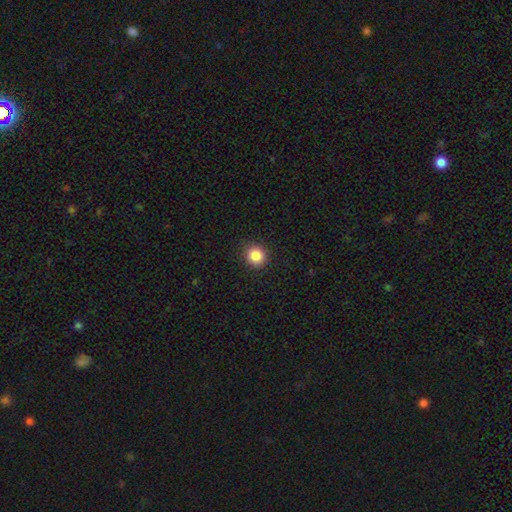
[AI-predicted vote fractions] A smooth galaxy with no disk features (86%) that is round (89%). Merging: none (90%).